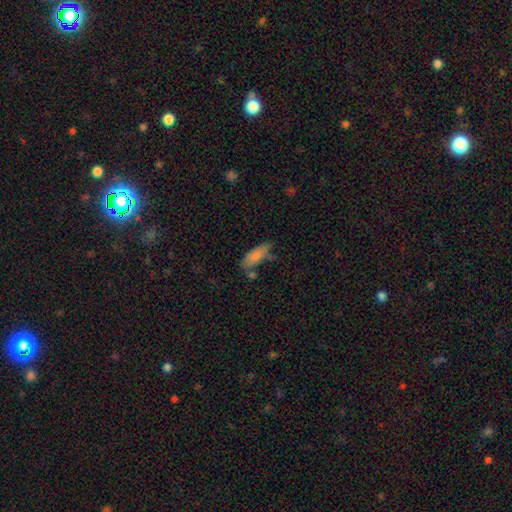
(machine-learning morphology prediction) Overall: smooth (82%). How rounded: in between (69%; cigar-shaped 29%). Merging: none (54%; minor disturbance 26%).